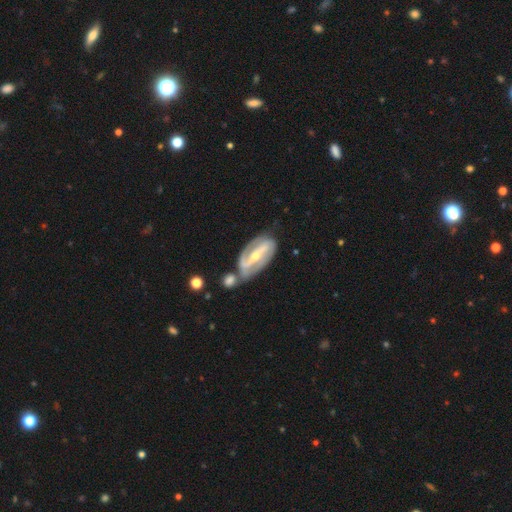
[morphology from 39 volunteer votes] Overall: featured or disk (85%). Edge-on disk: no (91%). Bar: strong (67%). Spiral arms: yes (90%). Spiral arm count: 2 (70%). Spiral winding: medium (41%; tight 33%). Bulge size: small (60%; moderate 40%). Merging: none (81%).